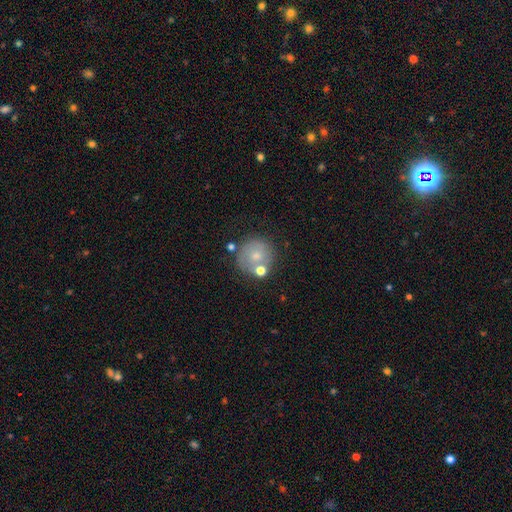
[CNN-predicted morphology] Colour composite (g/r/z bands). It shows a smooth galaxy with no disk features (61%) that is round (91%). Merging: none (66%).